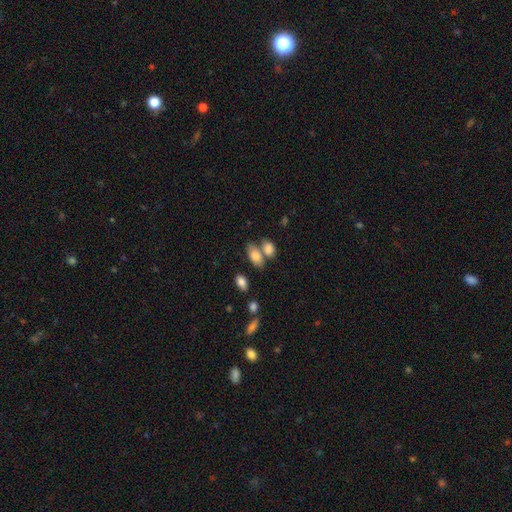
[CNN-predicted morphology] A smooth galaxy with no disk features (82%) that is in between round and cigar-shaped (88%). Merging: none (43%).